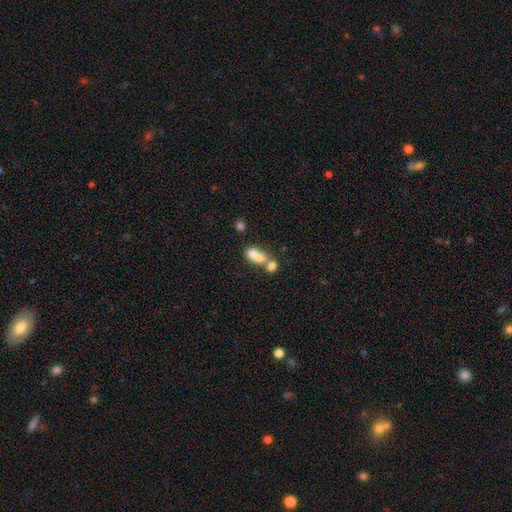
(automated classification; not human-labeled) Smooth or featured? smooth (67%)
How rounded? in between (60%)
Merging? merger (67%)